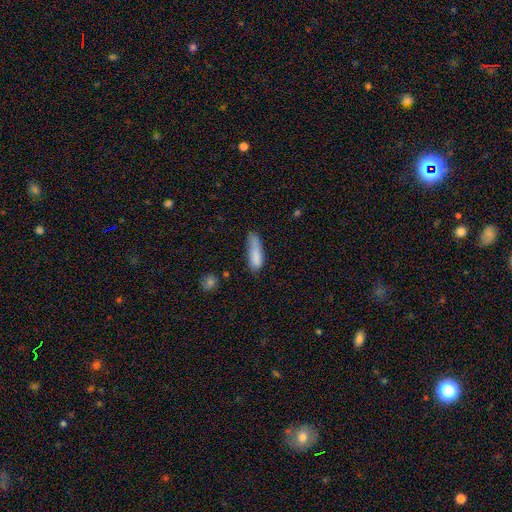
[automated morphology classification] A smooth galaxy with no disk features (82%) that is cigar-shaped (54%). Merging: none (47%).